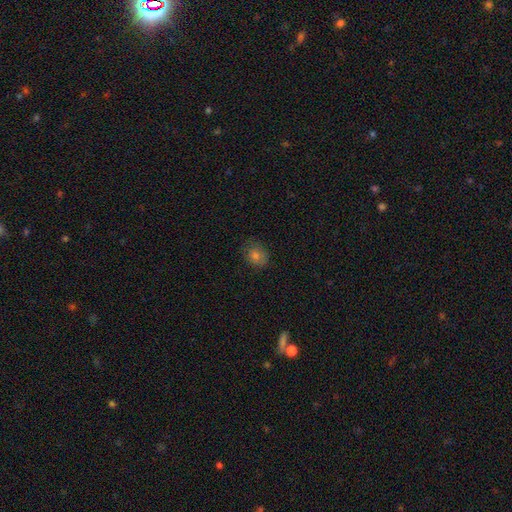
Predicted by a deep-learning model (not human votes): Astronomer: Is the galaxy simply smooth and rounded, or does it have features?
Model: smooth — 74%.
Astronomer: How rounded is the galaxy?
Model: round — 52% (runner-up: in between, 47%).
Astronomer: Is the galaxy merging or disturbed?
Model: none — 78%.